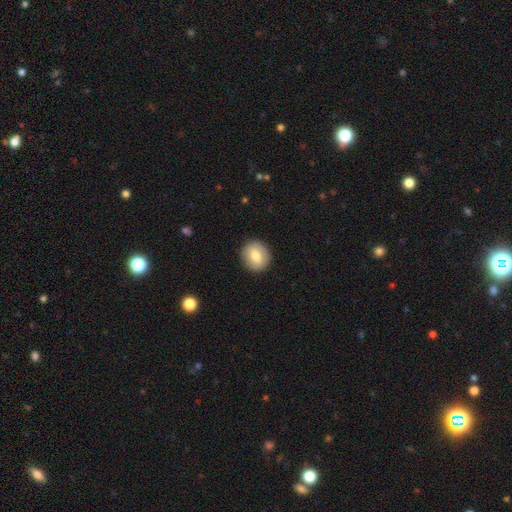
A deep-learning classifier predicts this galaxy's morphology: Overall: smooth (76%). How rounded: round (85%). Merging: none (91%).